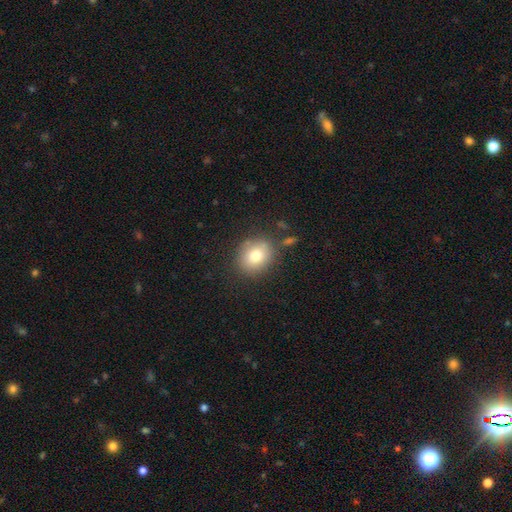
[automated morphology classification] smooth_or_featured: smooth (p=0.78) [alt: featured or disk p=0.12]
how_rounded: round (p=0.61) [alt: in between p=0.38]
merging: none (p=0.79) [alt: minor disturbance p=0.13]